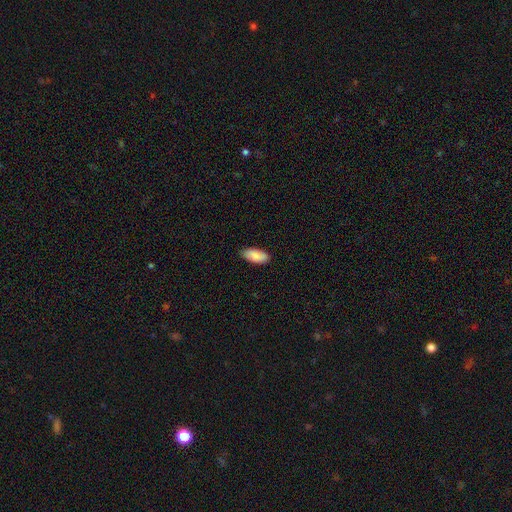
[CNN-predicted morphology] A smooth galaxy with no disk features (86%) that is in between round and cigar-shaped (89%).

Vote fractions:
- Smooth or featured? smooth: 86% / featured or disk: 8% / star or artifact: 6%
- How rounded? in between: 89% / cigar-shaped: 9% / round: 2%
- Merging? none: 85% / minor disturbance: 12% / major disturbance: 2% / merger: 1%